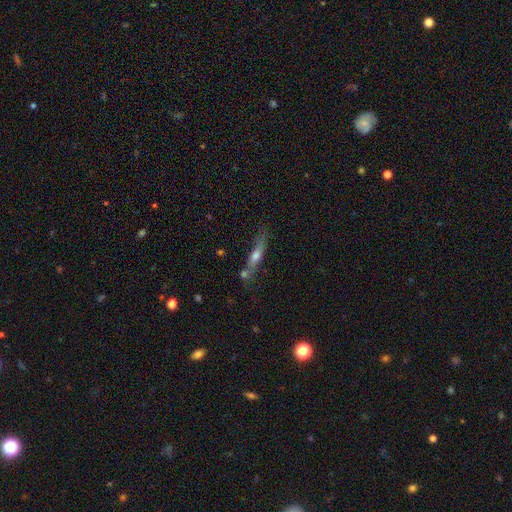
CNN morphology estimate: This appears to be a featured or disk galaxy (50%) viewed edge-on (87%). Merging: none (62%).